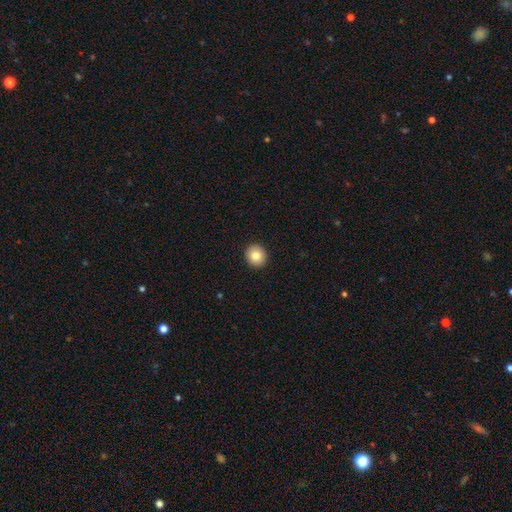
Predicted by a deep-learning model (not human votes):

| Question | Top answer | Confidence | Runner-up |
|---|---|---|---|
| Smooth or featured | smooth | 82% | featured or disk (10%) |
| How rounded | round | 85% | in between (14%) |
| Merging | none | 93% | minor disturbance (5%) |